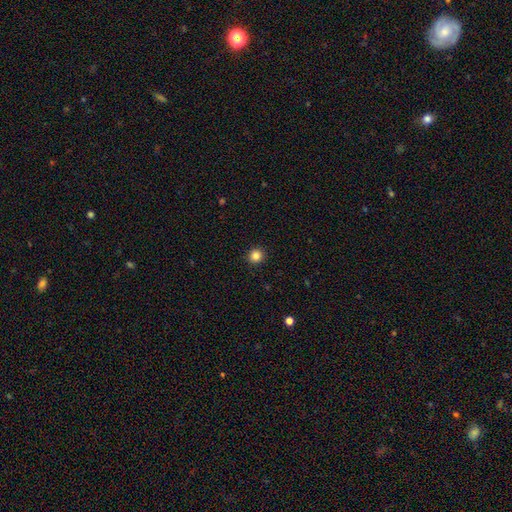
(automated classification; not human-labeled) Smooth or featured: smooth — 85% (star or artifact — 12%)
How rounded: round — 93% (in between — 6%)
Merging: none — 93% (minor disturbance — 4%)